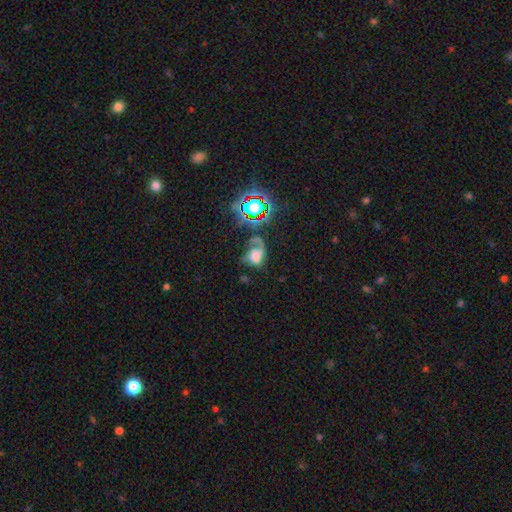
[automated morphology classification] Overall: featured or disk (40%, tied with smooth). Merging: major disturbance (45%; none 22%).